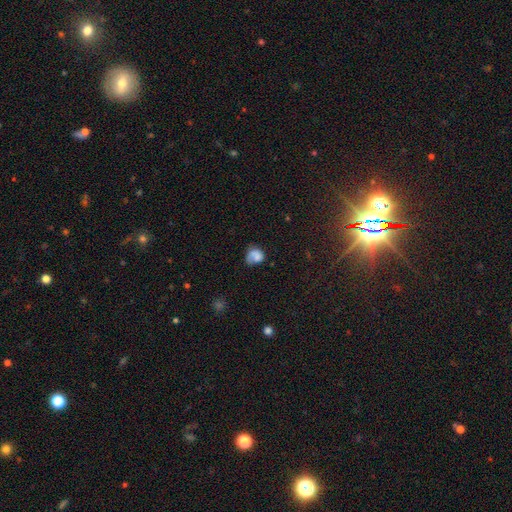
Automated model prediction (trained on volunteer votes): A smooth galaxy with no disk features (72%) that is round (55%). Merging: none (38%).